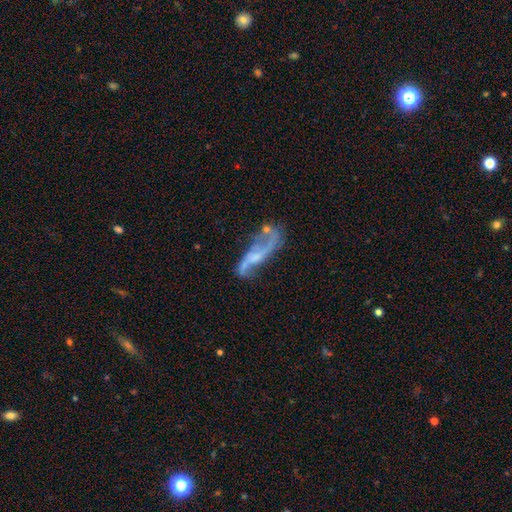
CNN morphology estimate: featured or disk 79%, smooth 13%, star or artifact 8%. Down the decision tree: edge-on disk — no (88%); bar — no (44%); spiral arms — yes (87%); spiral arm count — 2 (85%); spiral winding — loose (81%); bulge size — small (43%); merging — none (50%).